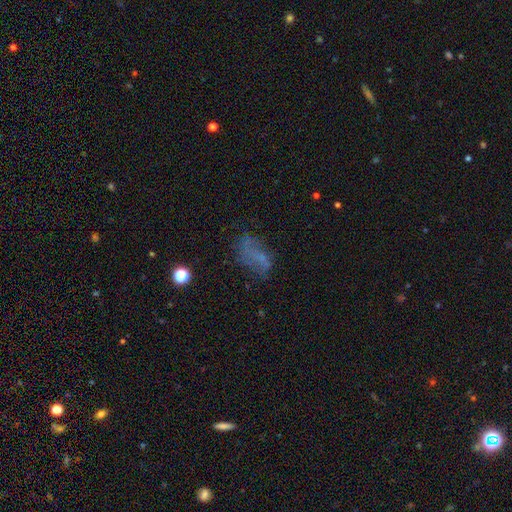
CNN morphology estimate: Overall: featured or disk (39%, tied with smooth). Merging: none (50%; major disturbance 23%).